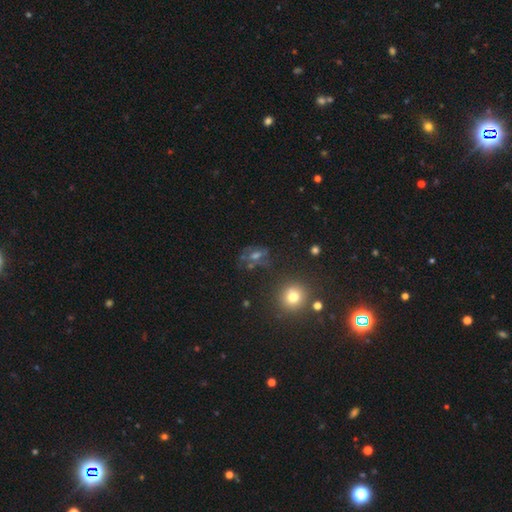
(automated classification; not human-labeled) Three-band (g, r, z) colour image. It shows a star or artifact, not a galaxy (36%).